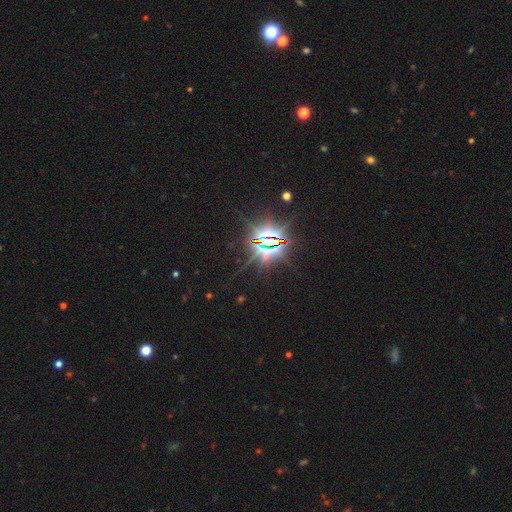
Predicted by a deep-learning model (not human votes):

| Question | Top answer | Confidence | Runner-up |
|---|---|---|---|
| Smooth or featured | star or artifact | 86% | featured or disk (8%) |